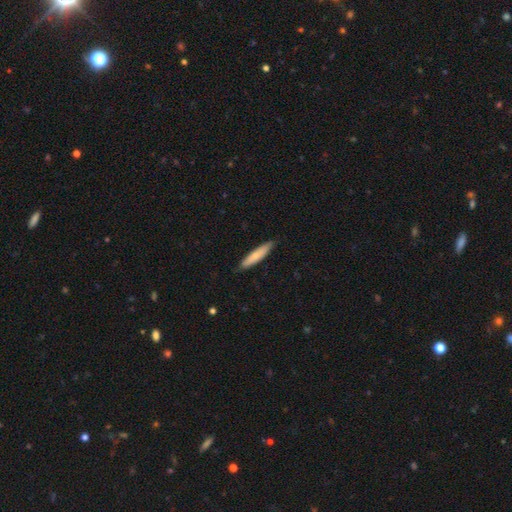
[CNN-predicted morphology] Smooth or featured?
  - smooth: 70% *
  - featured or disk: 25%
  - star or artifact: 5%
How rounded?
  - cigar-shaped: 85% *
  - in between: 13%
  - round: 1%
Merging?
  - none: 86% *
  - minor disturbance: 11%
  - major disturbance: 2%
  - merger: 1%